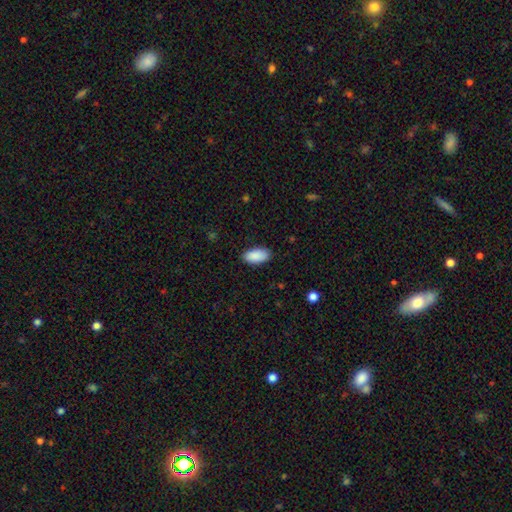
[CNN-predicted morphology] A smooth galaxy with no disk features (91%) that is in between round and cigar-shaped (93%). Merging: none (87%).